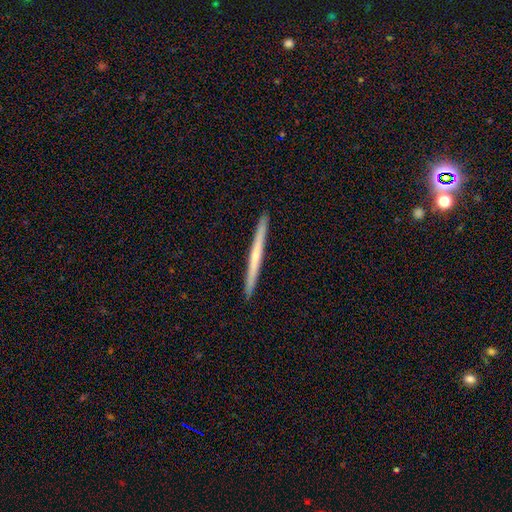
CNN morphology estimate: This is possibly a featured or disk galaxy (48%). Merging: clearly none (93%).